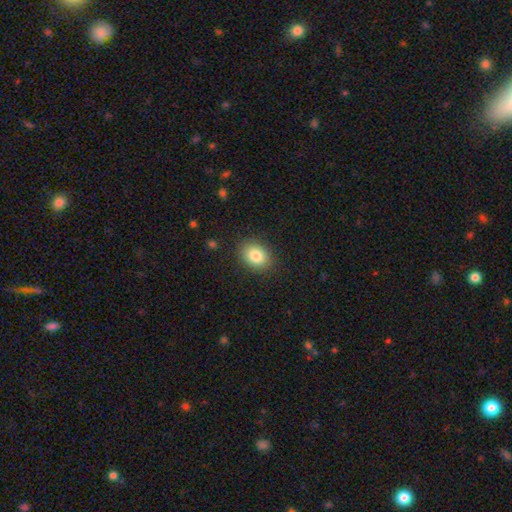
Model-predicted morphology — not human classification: This is clearly a smooth galaxy (84%). How rounded: likely in between (62%). Merging: clearly none (88%).